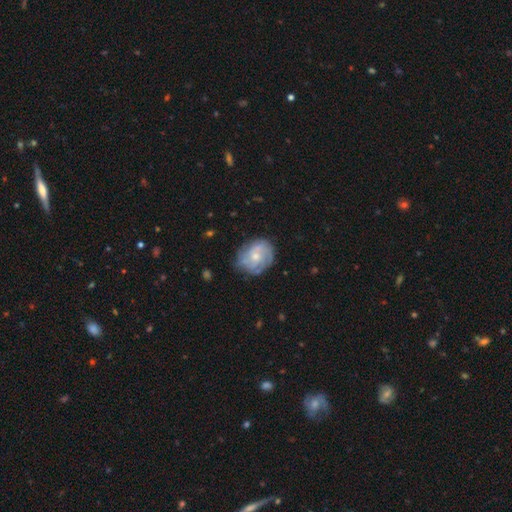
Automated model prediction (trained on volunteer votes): The model was most divided on "bulge size": small: 53%, moderate: 41%, none: 3%, large: 2%, dominant: 1%. More confident: edge-on disk — no (98%); spiral arms — yes (80%); bar — no (73%); merging — none (69%); smooth or featured — featured or disk (64%).